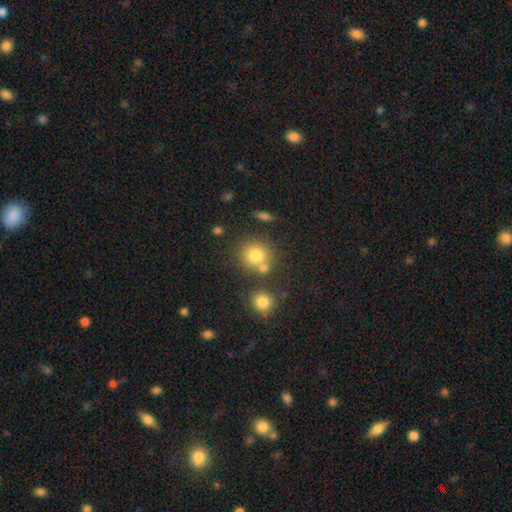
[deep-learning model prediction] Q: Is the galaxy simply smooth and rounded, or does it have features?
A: smooth — 78%.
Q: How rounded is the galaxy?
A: round — 88%.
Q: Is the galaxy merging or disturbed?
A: none — 62%.